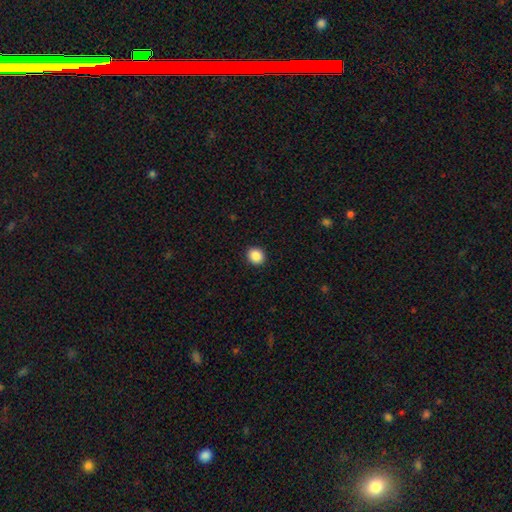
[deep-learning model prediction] Morphology: type=smooth (88%); roundness=round (80%); merging=none (92%).